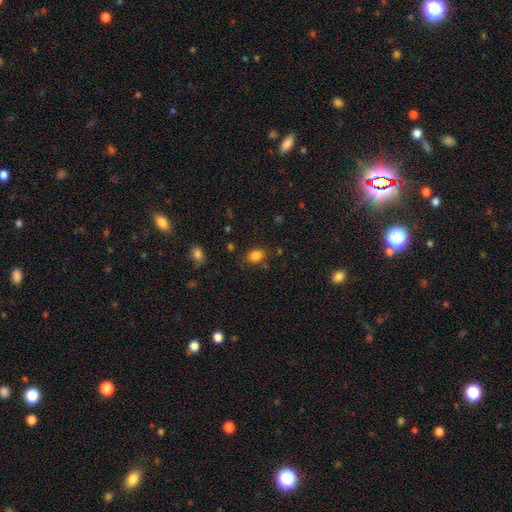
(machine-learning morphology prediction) A smooth galaxy with no disk features (83%) that is in between round and cigar-shaped (74%). Merging: none (76%).